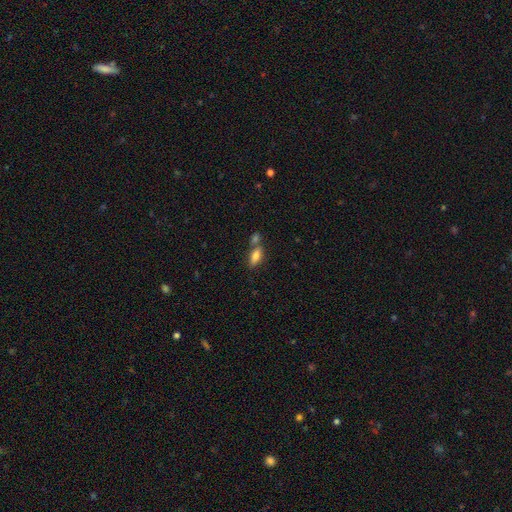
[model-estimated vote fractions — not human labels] Overall: smooth (79%). How rounded: in between (80%). Merging: none (53%; merger 32%).